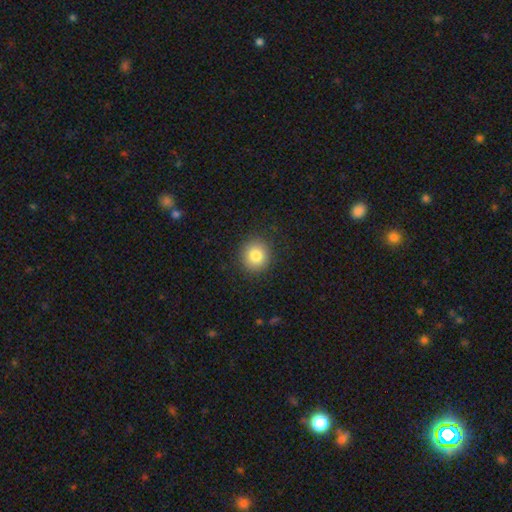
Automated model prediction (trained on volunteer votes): Morphology: type=smooth (84%); roundness=round (88%); merging=none (90%).